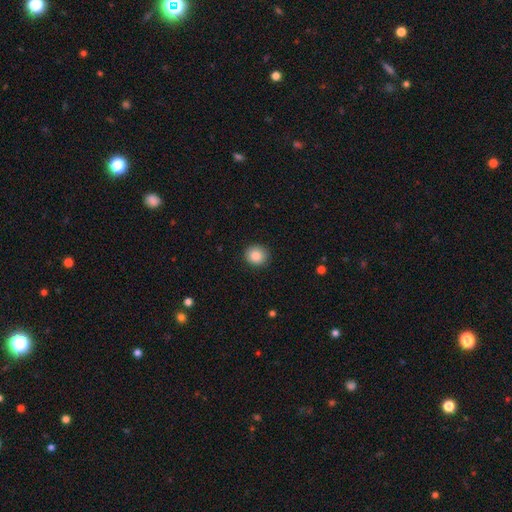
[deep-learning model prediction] Q: Smooth or featured?
A: smooth (86%); runner-up: star or artifact (9%)
Q: How rounded?
A: round (88%); runner-up: in between (11%)
Q: Merging?
A: none (90%); runner-up: minor disturbance (7%)